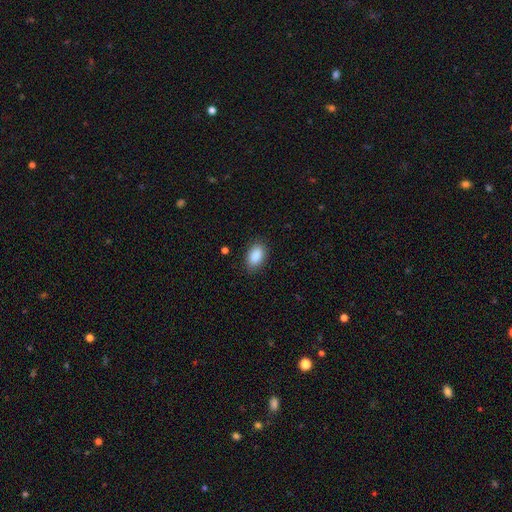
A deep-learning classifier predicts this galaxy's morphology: type=smooth (90%); roundness=in between (91%); merging=none (85%).